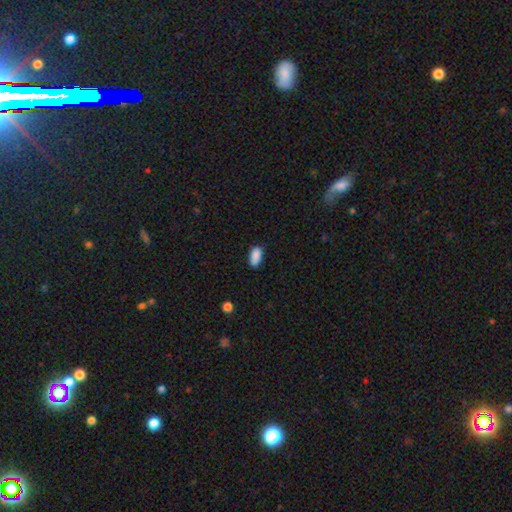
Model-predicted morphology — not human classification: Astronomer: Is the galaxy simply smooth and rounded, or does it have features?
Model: smooth — 89%.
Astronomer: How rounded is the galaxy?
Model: in between — 91%.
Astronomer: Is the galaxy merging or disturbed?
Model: none — 81%.